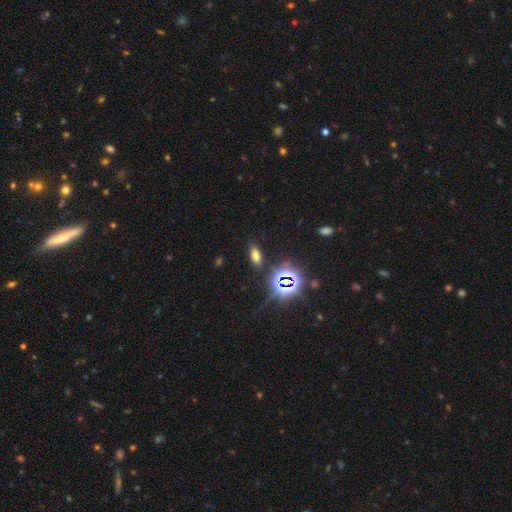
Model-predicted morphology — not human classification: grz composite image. It shows a smooth galaxy with no disk features (58%) that is in between round and cigar-shaped (84%). Merging: none (86%).